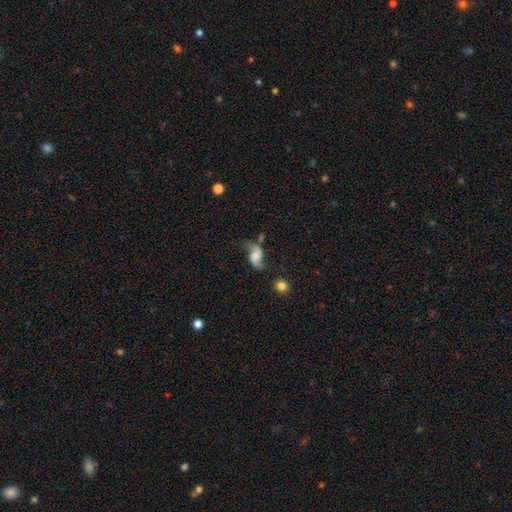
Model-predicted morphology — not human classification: This is likely a featured or disk galaxy (74%). It is clearly not viewed edge-on (95%). Bar: possibly no (57%). Spiral arm pattern: clearly yes (94%). Spiral arm count: clearly 2 (93%). Spiral winding: clearly loose (86%). Central bulge: marginally none (27%). Merging: possibly none (60%).